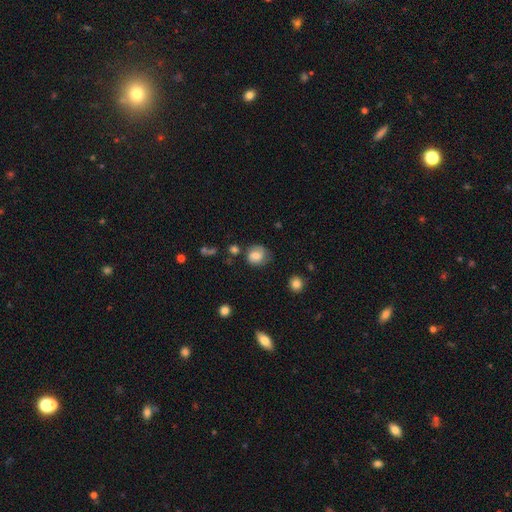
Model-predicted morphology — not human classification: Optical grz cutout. It shows a smooth galaxy with no disk features (75%) that is round (76%). Merging: none (65%).